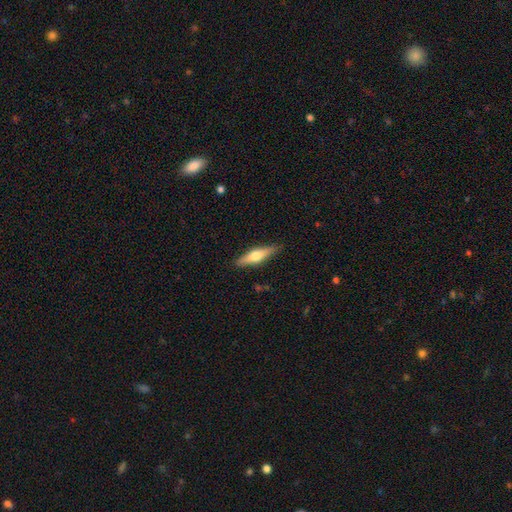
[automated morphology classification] Q: Smooth or featured?
A: smooth (47%); tied with: featured or disk (47%)
Q: Merging?
A: none (88%); runner-up: minor disturbance (9%)